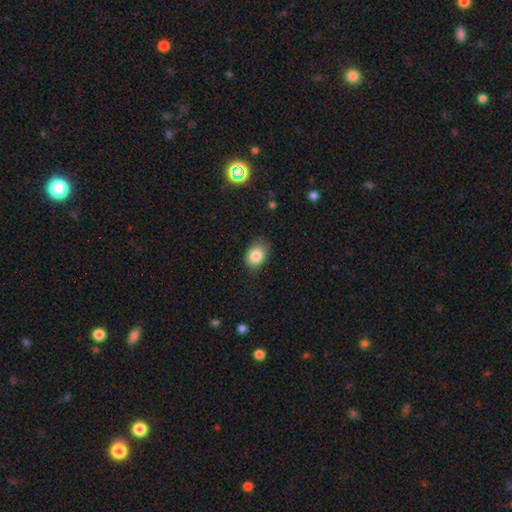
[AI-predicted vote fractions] Q: Smooth or featured?
A: smooth (84%); runner-up: star or artifact (9%)
Q: How rounded?
A: in between (69%); runner-up: round (30%)
Q: Merging?
A: none (78%); runner-up: minor disturbance (17%)